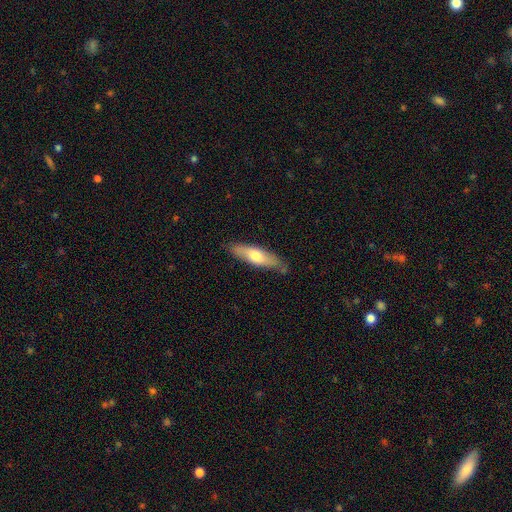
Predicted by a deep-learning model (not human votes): Q: Smooth or featured?
A: smooth (62%); runner-up: featured or disk (32%)
Q: How rounded?
A: cigar-shaped (59%); runner-up: in between (39%)
Q: Merging?
A: none (78%); runner-up: minor disturbance (17%)